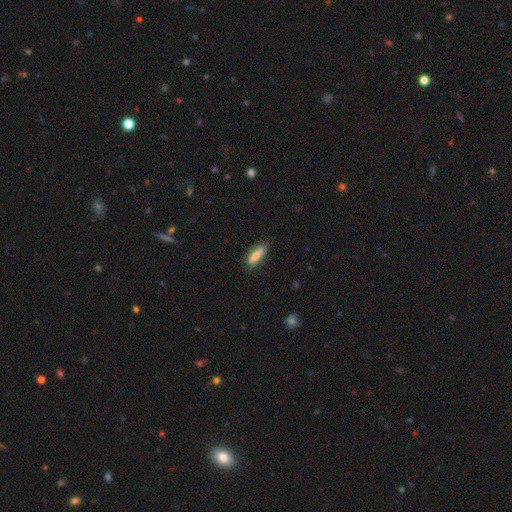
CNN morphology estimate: Smooth or featured? Predicted: smooth (p=0.69). How rounded? Predicted: cigar-shaped (p=0.58). Merging? Predicted: none (p=0.79).